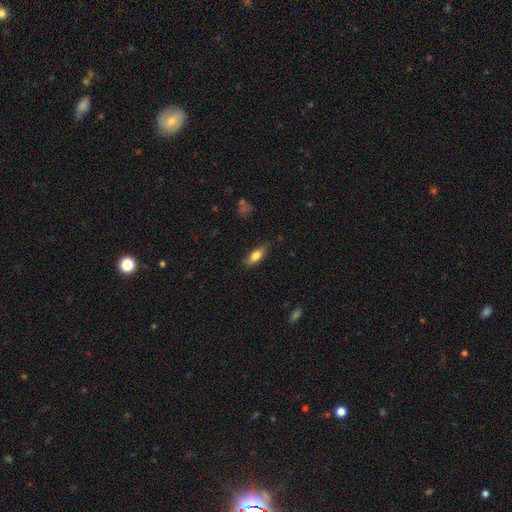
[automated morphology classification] The model was most divided on "how rounded": in between: 74%, cigar-shaped: 23%, round: 3%. More confident: merging — none (82%); smooth or featured — smooth (74%).